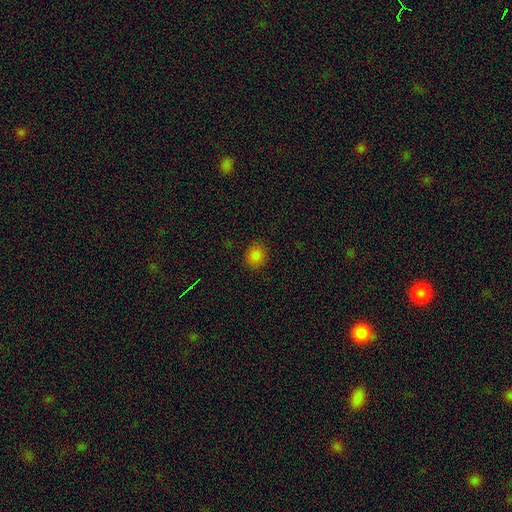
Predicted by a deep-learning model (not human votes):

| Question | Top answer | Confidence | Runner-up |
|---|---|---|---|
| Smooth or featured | smooth | 83% | star or artifact (13%) |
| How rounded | round | 78% | in between (21%) |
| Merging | none | 89% | minor disturbance (8%) |